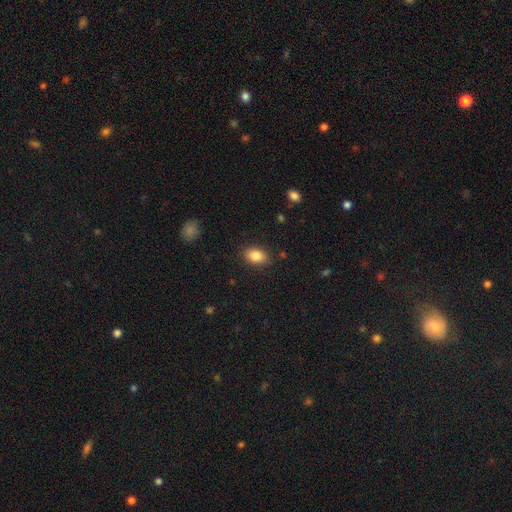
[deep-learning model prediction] Smooth or featured? smooth (85%)
How rounded? in between (78%)
Merging? none (86%)